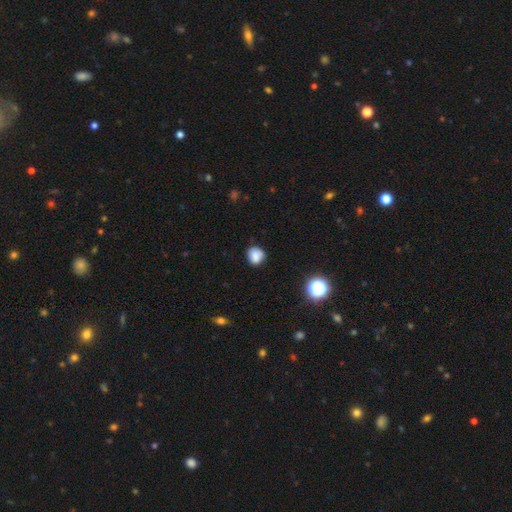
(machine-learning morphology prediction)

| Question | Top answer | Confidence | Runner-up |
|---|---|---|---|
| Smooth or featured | smooth | 83% | star or artifact (11%) |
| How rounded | round | 75% | in between (24%) |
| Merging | none | 77% | minor disturbance (18%) |